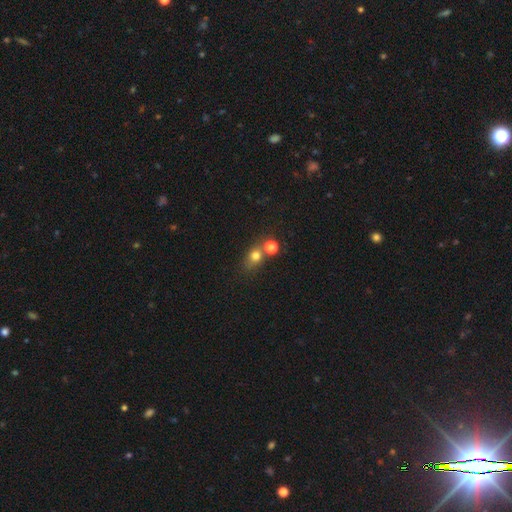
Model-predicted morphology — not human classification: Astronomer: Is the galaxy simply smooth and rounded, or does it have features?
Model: smooth — 73%.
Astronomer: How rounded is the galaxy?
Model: round — 61% (runner-up: in between, 37%).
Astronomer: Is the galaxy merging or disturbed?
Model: none — 51% (runner-up: merger, 33%).